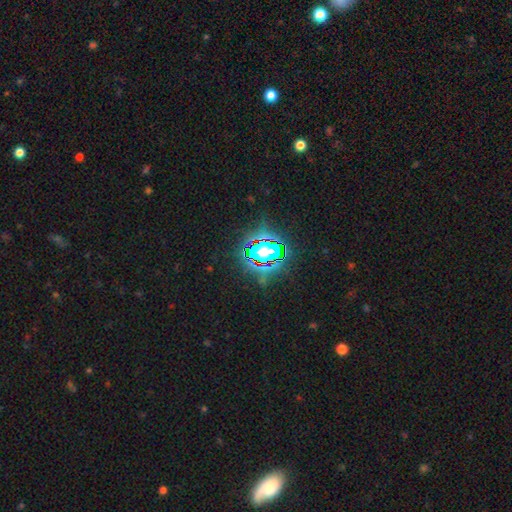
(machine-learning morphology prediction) star or artifact 81%, smooth 11%, featured or disk 8%.